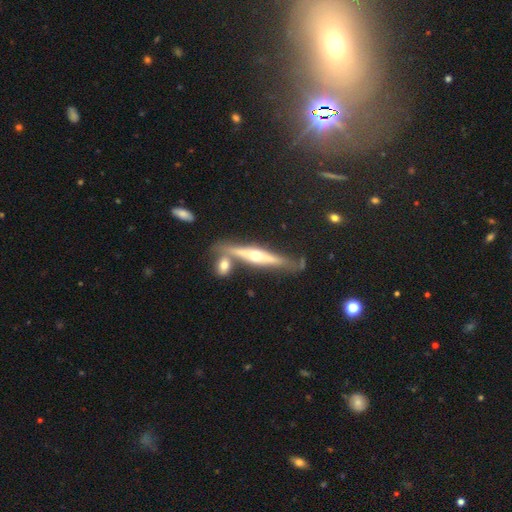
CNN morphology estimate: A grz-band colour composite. It shows a featured or disk galaxy (73%) viewed edge-on (94%) with a rounded central bulge (91%). Merging: none (68%).